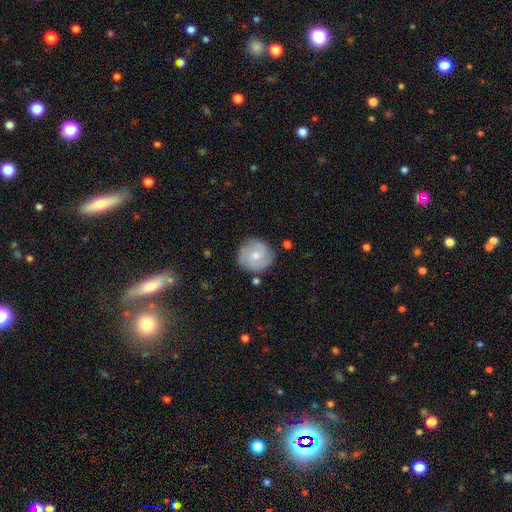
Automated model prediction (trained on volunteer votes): A smooth galaxy with no disk features (51%) that is round (92%).

Vote fractions:
- Smooth or featured? smooth: 51% / featured or disk: 43% / star or artifact: 6%
- How rounded? round: 92% / in between: 7% / cigar-shaped: 1%
- Merging? none: 78% / minor disturbance: 15% / major disturbance: 4% / merger: 3%